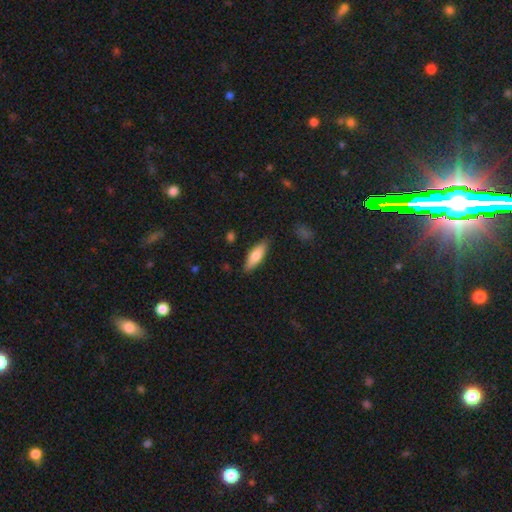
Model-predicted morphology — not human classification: A smooth galaxy with no disk features (73%) that is in between round and cigar-shaped (54%).

Vote fractions:
- Smooth or featured? smooth: 73% / featured or disk: 21% / star or artifact: 6%
- How rounded? in between: 54% / cigar-shaped: 44% / round: 2%
- Merging? none: 85% / minor disturbance: 11% / major disturbance: 2% / merger: 2%